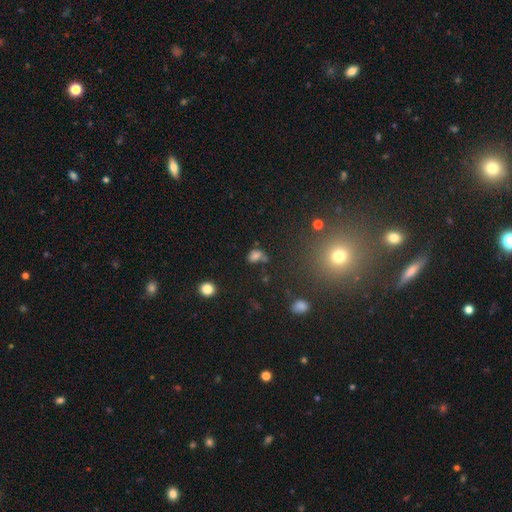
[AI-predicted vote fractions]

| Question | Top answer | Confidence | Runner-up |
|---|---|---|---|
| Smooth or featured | smooth | 70% | star or artifact (19%) |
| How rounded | in between | 71% | round (26%) |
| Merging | none | 39% | merger (26%) |